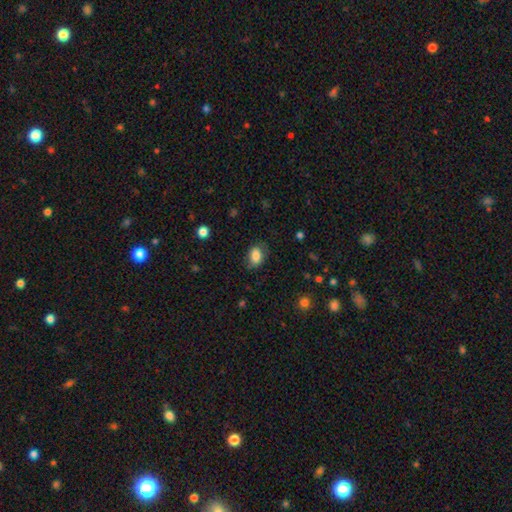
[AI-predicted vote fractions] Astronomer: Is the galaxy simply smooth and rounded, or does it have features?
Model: smooth — 84%.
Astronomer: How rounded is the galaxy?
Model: in between — 82%.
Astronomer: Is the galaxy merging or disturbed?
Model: none — 75%.